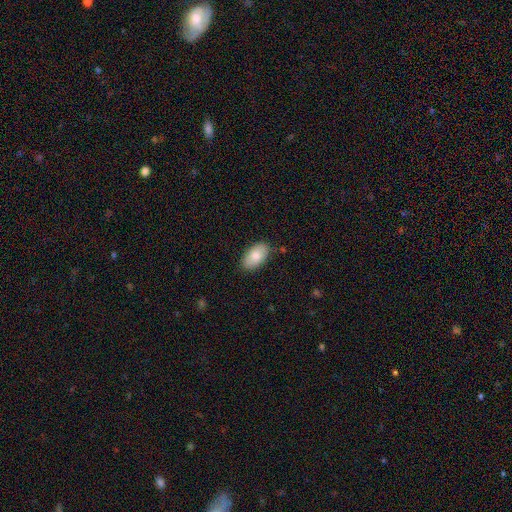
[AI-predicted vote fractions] Smooth or featured? Predicted: smooth (p=0.81). How rounded? Predicted: in between (p=0.95). Merging? Predicted: none (p=0.85).